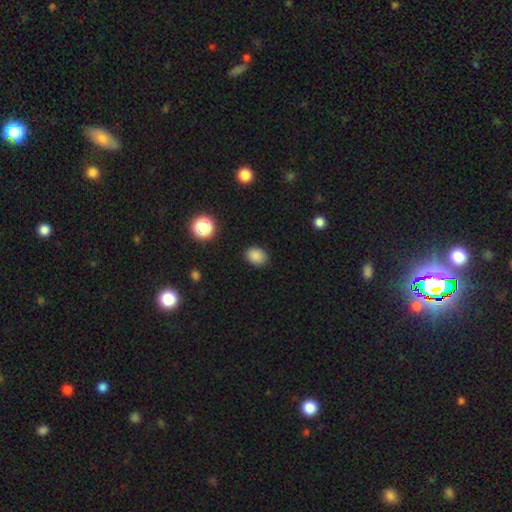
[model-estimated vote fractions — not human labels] Overall: smooth (85%). How rounded: in between (59%; round 40%). Merging: none (85%).